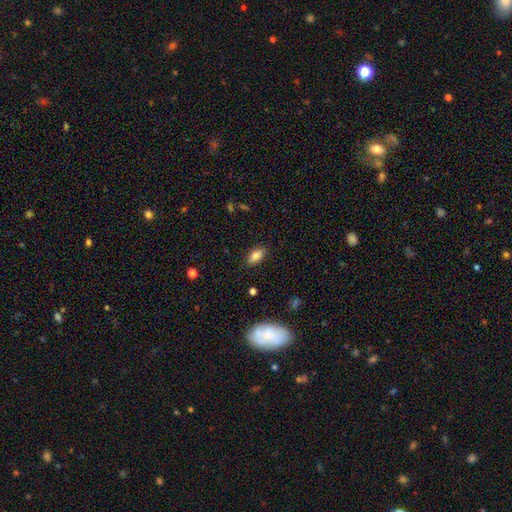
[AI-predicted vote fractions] Smooth or featured? Predicted: smooth (p=0.81). How rounded? Predicted: in between (p=0.89). Merging? Predicted: none (p=0.86).